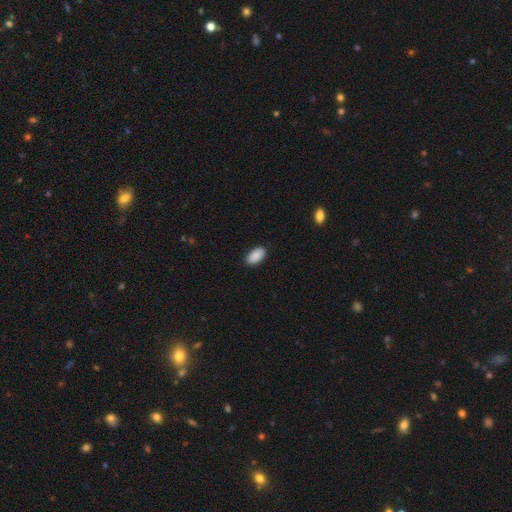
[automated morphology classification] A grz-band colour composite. It shows a smooth galaxy with no disk features (91%) that is in between round and cigar-shaped (95%). Merging: none (88%).